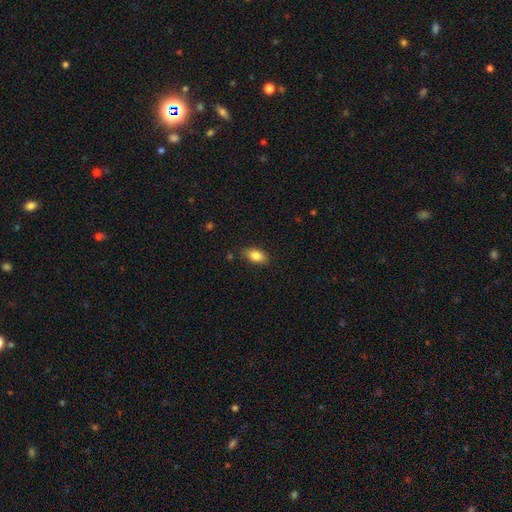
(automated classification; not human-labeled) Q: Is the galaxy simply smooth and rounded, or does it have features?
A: smooth — 83%.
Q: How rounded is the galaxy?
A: in between — 89%.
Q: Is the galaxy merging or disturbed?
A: none — 83%.